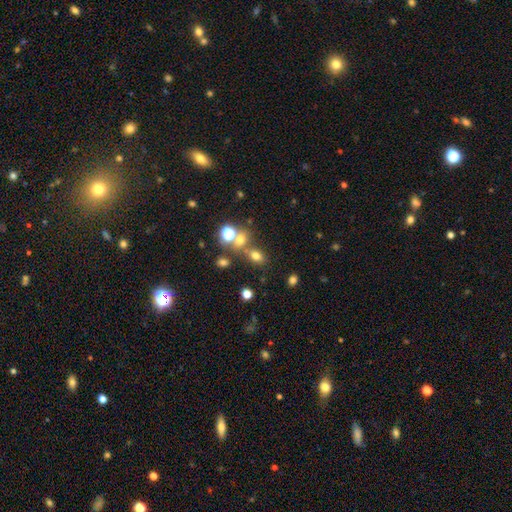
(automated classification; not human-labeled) smooth_or_featured: smooth (p=0.67) [alt: star or artifact p=0.22]
how_rounded: in between (p=0.61) [alt: round p=0.36]
merging: none (p=0.58) [alt: merger p=0.25]